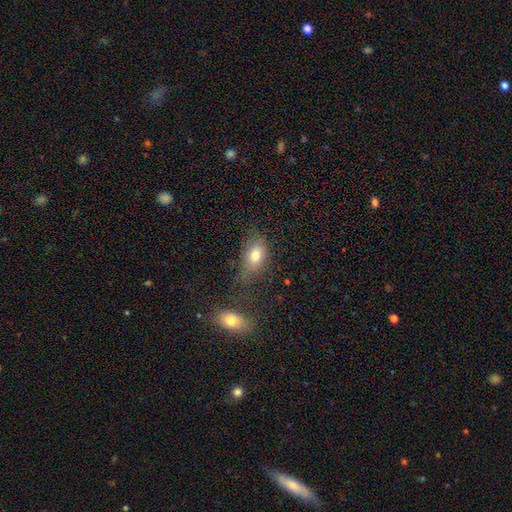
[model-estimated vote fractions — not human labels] smooth-or-featured: smooth: 76% | featured or disk: 13% | star or artifact: 11%
  how-rounded: in between: 82% | round: 15% | cigar-shaped: 3%
  merging: none: 51% | minor disturbance: 24% | major disturbance: 15% | merger: 9%